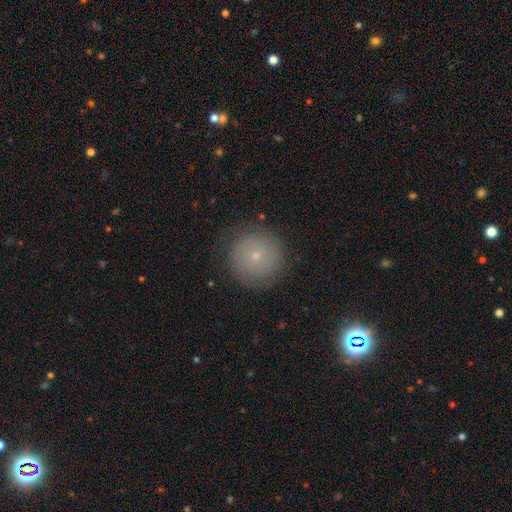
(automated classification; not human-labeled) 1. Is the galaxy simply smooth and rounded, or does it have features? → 61% smooth, 25% featured or disk, 13% star or artifact.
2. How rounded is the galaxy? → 96% round, 3% in between, 1% cigar-shaped.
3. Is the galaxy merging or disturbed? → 85% none, 10% minor disturbance, 4% major disturbance, 1% merger.